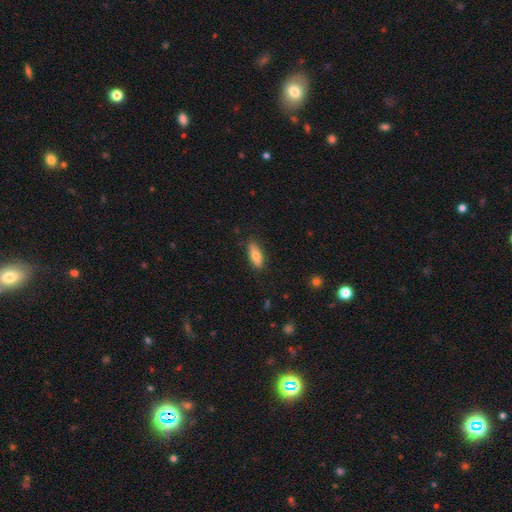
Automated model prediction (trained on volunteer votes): smooth_or_featured: smooth (p=0.76) [alt: featured or disk p=0.17]
how_rounded: in between (p=0.68) [alt: cigar-shaped p=0.30]
merging: none (p=0.85) [alt: minor disturbance p=0.12]